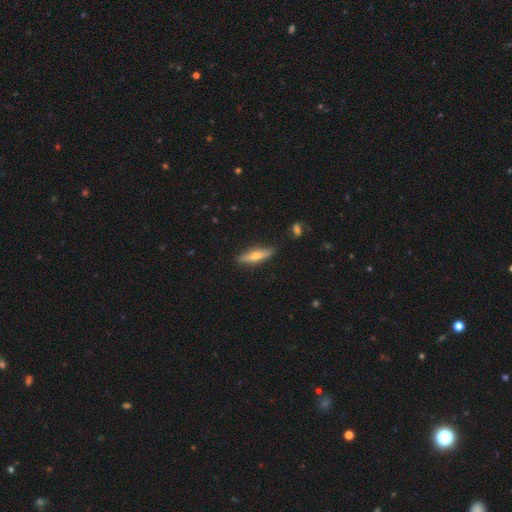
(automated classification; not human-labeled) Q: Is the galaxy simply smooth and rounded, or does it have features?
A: featured or disk — 49%.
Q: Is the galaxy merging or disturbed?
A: none — 86%.